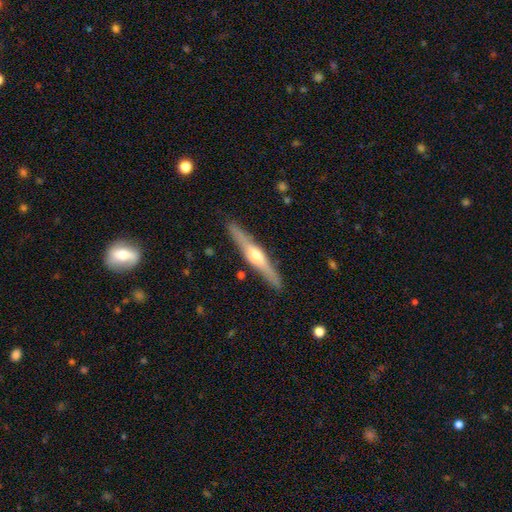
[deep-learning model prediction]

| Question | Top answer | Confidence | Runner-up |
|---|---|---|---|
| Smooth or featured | featured or disk | 71% | smooth (24%) |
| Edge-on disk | yes | 97% | no (3%) |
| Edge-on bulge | rounded | 89% | boxy (5%) |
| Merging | none | 89% | minor disturbance (8%) |